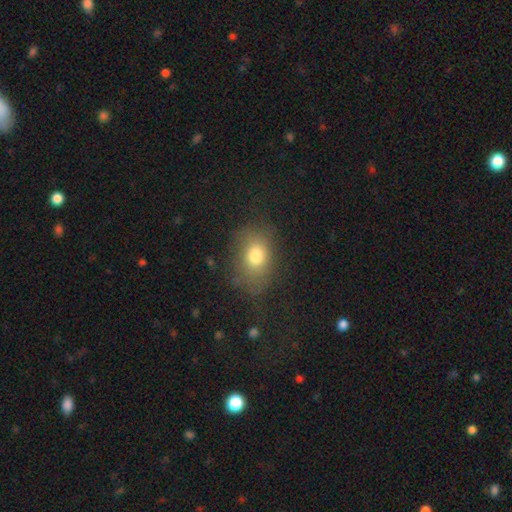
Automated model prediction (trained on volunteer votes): Smooth or featured?
  - smooth: 76% *
  - star or artifact: 12%
  - featured or disk: 12%
How rounded?
  - in between: 66% *
  - round: 32%
  - cigar-shaped: 1%
Merging?
  - none: 63% *
  - minor disturbance: 22%
  - major disturbance: 12%
  - merger: 2%